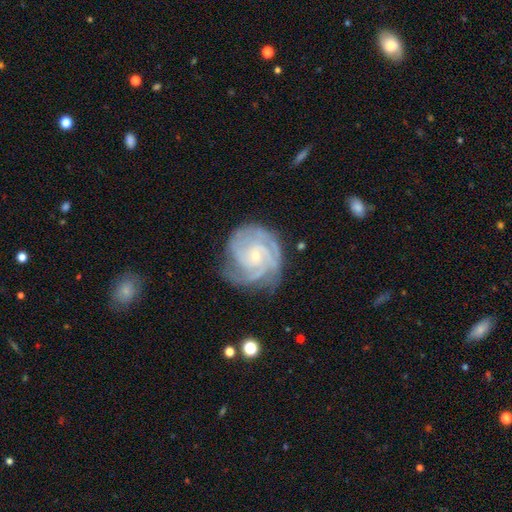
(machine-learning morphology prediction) Smooth or featured?
  - featured or disk: 89% *
  - smooth: 6%
  - star or artifact: 5%
Edge-on disk?
  - no: 98% *
  - yes: 2%
Bar?
  - no: 70% *
  - weak: 25%
  - strong: 5%
Spiral arms?
  - yes: 98% *
  - no: 2%
Spiral winding?
  - tight: 69% *
  - medium: 27%
  - loose: 4%
Spiral arm count?
  - 3: 37% *
  - 4: 24%
  - can't tell: 16%
  - 2: 12%
  - more than 4: 6%
  - 1: 6%
Bulge size?
  - small: 78% *
  - moderate: 18%
  - none: 2%
  - large: 1%
  - dominant: 1%
Merging?
  - none: 71% *
  - minor disturbance: 20%
  - major disturbance: 8%
  - merger: 2%